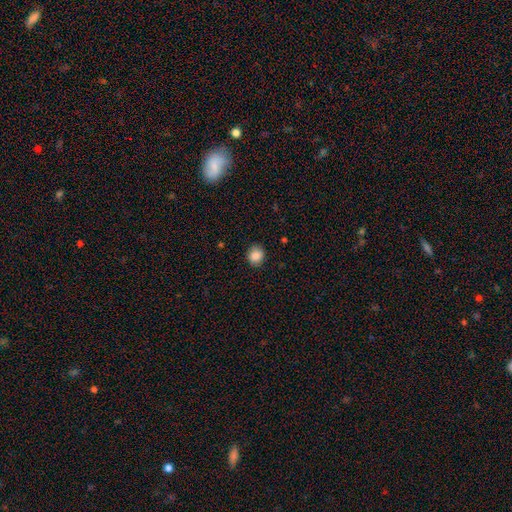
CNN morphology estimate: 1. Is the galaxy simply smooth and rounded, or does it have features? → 87% smooth, 9% star or artifact, 4% featured or disk.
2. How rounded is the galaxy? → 77% round, 22% in between, 1% cigar-shaped.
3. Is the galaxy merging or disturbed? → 85% none, 11% minor disturbance, 3% major disturbance, 1% merger.